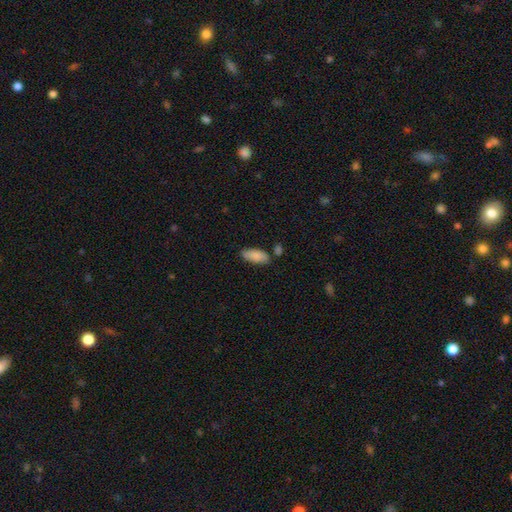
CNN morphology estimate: Smooth or featured? Predicted: smooth (p=0.87). How rounded? Predicted: in between (p=0.85). Merging? Predicted: none (p=0.74).